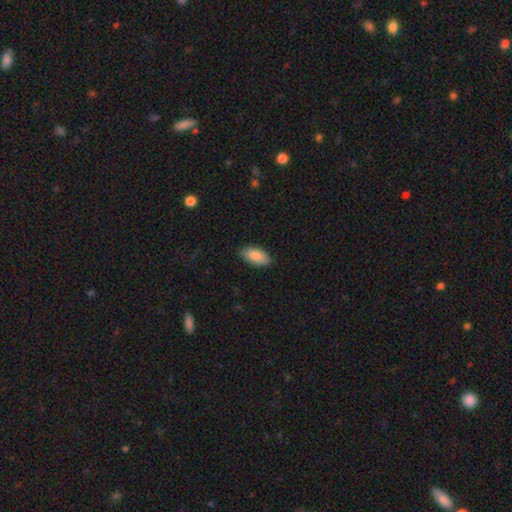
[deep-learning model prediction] A smooth galaxy with no disk features (87%) that is in between round and cigar-shaped (93%).

Vote fractions:
- Smooth or featured? smooth: 87% / featured or disk: 7% / star or artifact: 6%
- How rounded? in between: 93% / cigar-shaped: 5% / round: 2%
- Merging? none: 85% / minor disturbance: 12% / major disturbance: 2% / merger: 1%